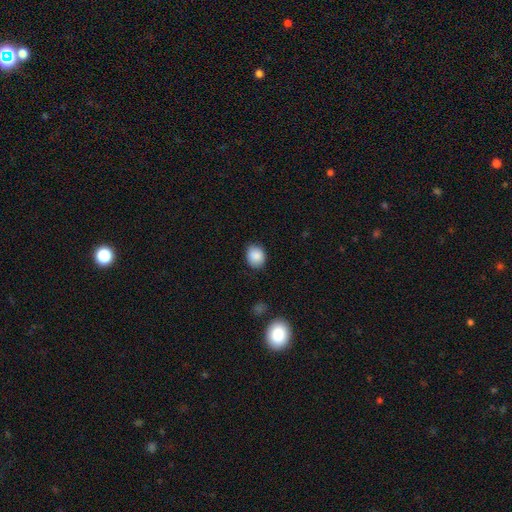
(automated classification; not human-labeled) Smooth or featured? Predicted: smooth (p=0.88). How rounded? Predicted: round (p=0.53). Merging? Predicted: none (p=0.82).